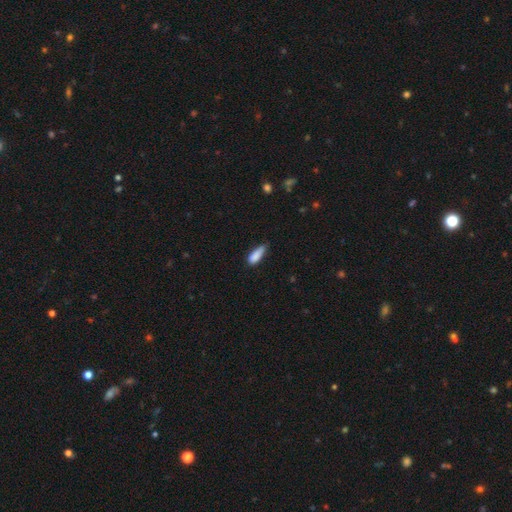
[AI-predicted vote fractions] Smooth or featured? Predicted: smooth (p=0.86). How rounded? Predicted: in between (p=0.62). Merging? Predicted: none (p=0.54).